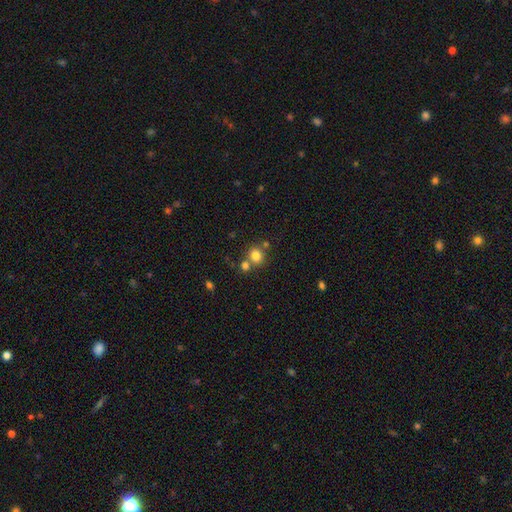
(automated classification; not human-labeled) smooth_or_featured: smooth (p=0.79) [alt: star or artifact p=0.13]
how_rounded: round (p=0.87) [alt: in between p=0.12]
merging: none (p=0.63) [alt: merger p=0.26]